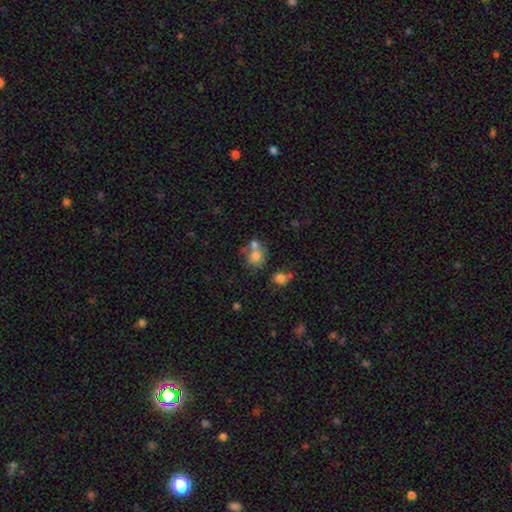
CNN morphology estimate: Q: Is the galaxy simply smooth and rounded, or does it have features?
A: smooth — 73%.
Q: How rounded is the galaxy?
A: round — 73%.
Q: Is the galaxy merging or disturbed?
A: merger — 42%.